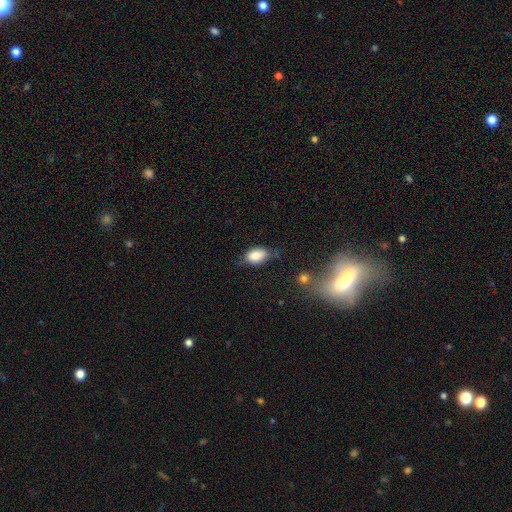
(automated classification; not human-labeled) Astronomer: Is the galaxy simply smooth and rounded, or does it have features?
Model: smooth — 80%.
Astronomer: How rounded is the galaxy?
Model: in between — 88%.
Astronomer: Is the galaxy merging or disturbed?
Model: none — 53% (runner-up: minor disturbance, 33%).